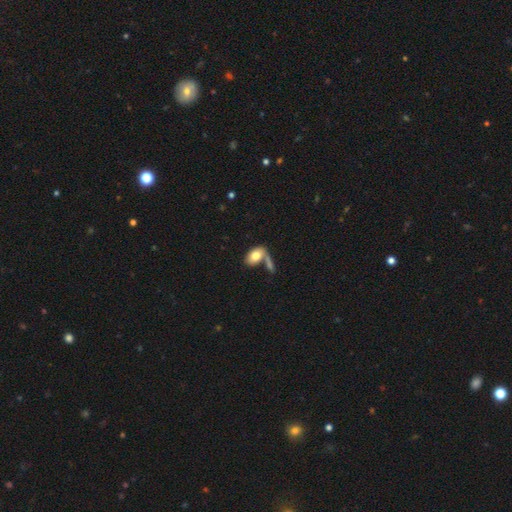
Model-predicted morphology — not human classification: Q: Smooth or featured?
A: smooth (76%); runner-up: featured or disk (17%)
Q: How rounded?
A: in between (90%); runner-up: round (7%)
Q: Merging?
A: none (44%); runner-up: merger (34%)